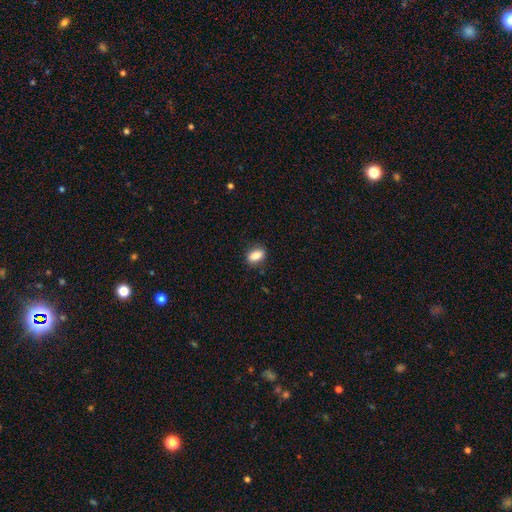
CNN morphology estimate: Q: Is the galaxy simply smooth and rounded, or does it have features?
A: smooth — 85%.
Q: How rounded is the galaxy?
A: in between — 83%.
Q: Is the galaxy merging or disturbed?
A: none — 85%.